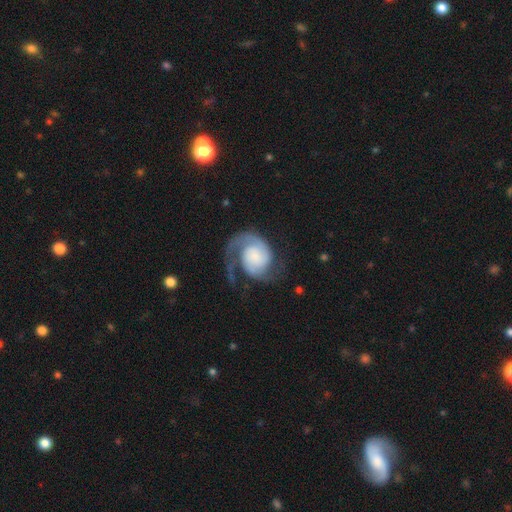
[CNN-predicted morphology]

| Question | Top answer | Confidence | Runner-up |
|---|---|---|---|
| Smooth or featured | featured or disk | 86% | smooth (9%) |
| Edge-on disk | no | 98% | yes (2%) |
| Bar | no | 69% | weak (25%) |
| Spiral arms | yes | 97% | no (3%) |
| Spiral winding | medium | 46% | tight (30%) |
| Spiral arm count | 2 | 73% | 1 (19%) |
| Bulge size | none | 29% | small (26%) |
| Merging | none | 55% | major disturbance (25%) |